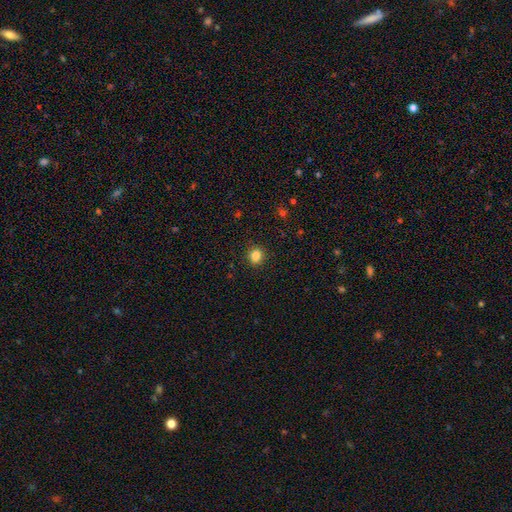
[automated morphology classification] Smooth or featured? smooth (84%)
How rounded? round (81%)
Merging? none (90%)